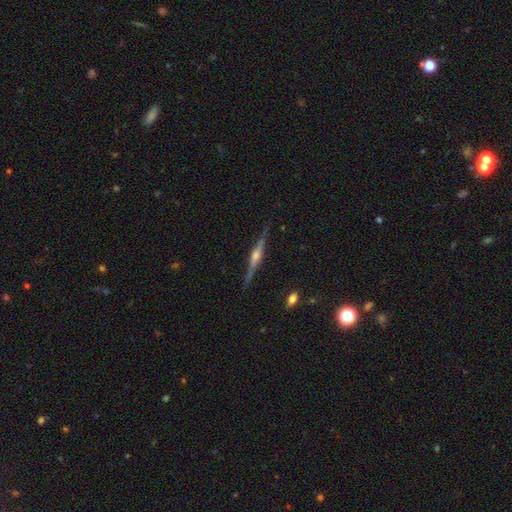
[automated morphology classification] A featured or disk galaxy (83%) viewed edge-on (98%) with a rounded central bulge (85%).

Vote fractions:
- Smooth or featured? featured or disk: 83% / smooth: 11% / star or artifact: 6%
- Edge-on disk? yes: 98% / no: 2%
- Edge-on bulge? rounded: 85% / boxy: 11% / none: 4%
- Merging? none: 88% / minor disturbance: 9% / major disturbance: 2% / merger: 1%